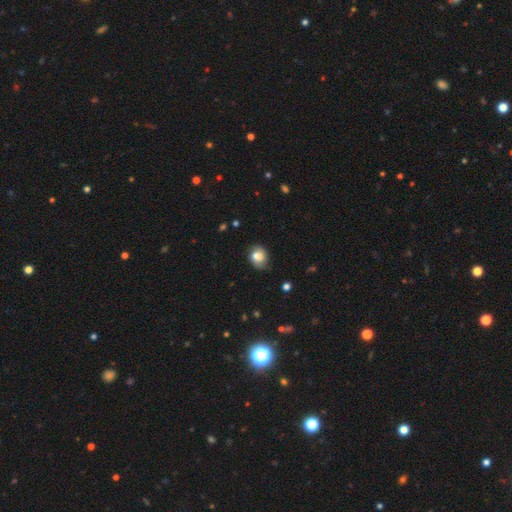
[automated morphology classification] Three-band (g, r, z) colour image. It shows a smooth galaxy with no disk features (76%) that is round (52%). Merging: none (74%).